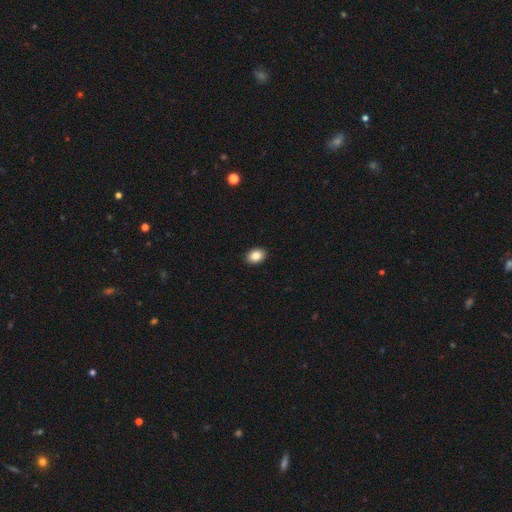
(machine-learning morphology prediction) type=smooth (86%); roundness=in between (71%); merging=none (91%).